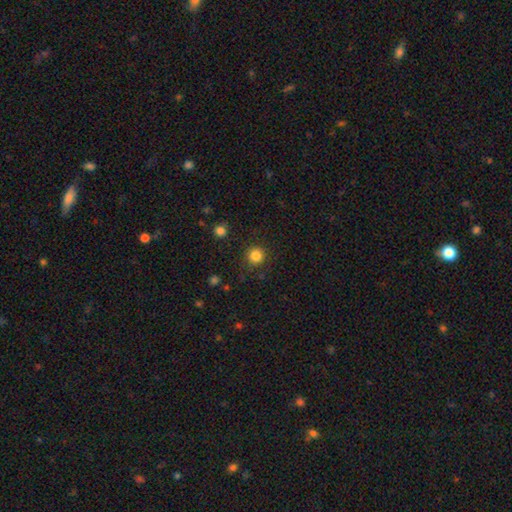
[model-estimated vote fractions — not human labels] smooth 83%, star or artifact 12%, featured or disk 4%. Down the decision tree: how rounded — round (95%); merging — none (89%).